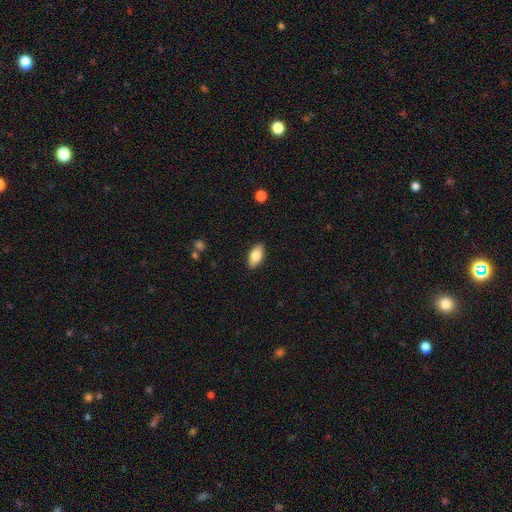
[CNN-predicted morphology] Smooth or featured?
  - smooth: 81% *
  - featured or disk: 13%
  - star or artifact: 7%
How rounded?
  - in between: 91% *
  - cigar-shaped: 6%
  - round: 3%
Merging?
  - none: 88% *
  - minor disturbance: 9%
  - major disturbance: 2%
  - merger: 1%